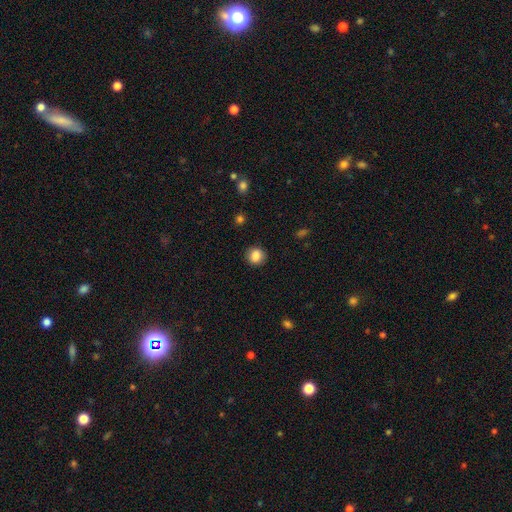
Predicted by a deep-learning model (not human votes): This is clearly a smooth galaxy (86%). How rounded: clearly round (84%). Merging: clearly none (89%).